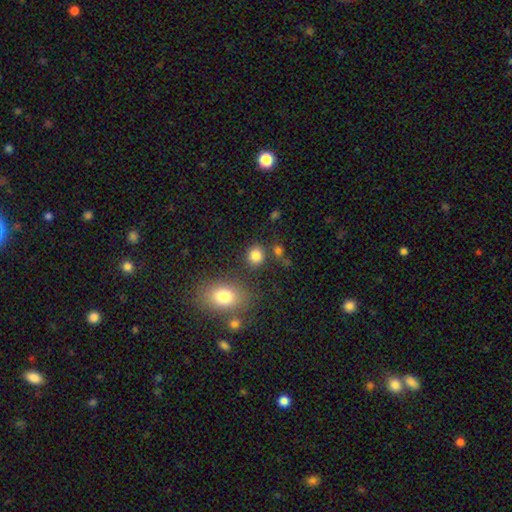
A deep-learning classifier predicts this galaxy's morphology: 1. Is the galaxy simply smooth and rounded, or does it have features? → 83% smooth, 11% star or artifact, 5% featured or disk.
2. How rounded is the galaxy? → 73% round, 26% in between, 1% cigar-shaped.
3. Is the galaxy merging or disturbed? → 79% none, 10% minor disturbance, 8% merger, 4% major disturbance.